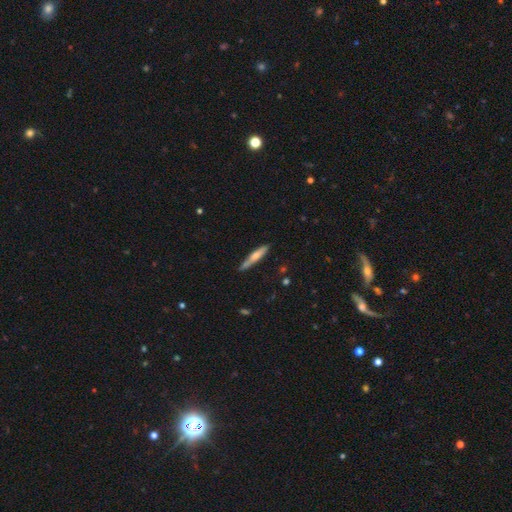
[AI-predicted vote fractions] The model was most divided on "smooth or featured": smooth: 53%, featured or disk: 41%, star or artifact: 6%. More confident: how rounded — cigar-shaped (90%); merging — none (79%).